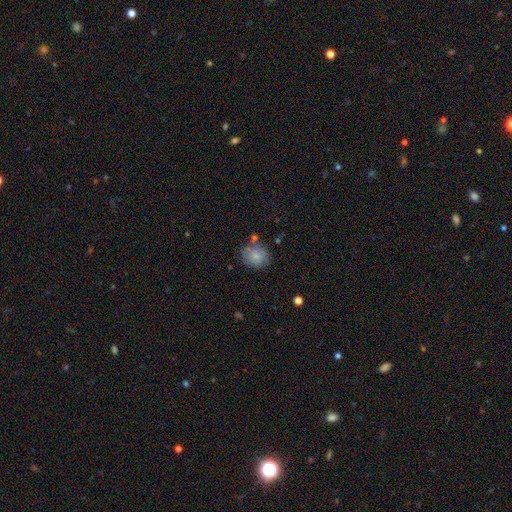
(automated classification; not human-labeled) smooth_or_featured: smooth (p=0.83) [alt: featured or disk p=0.09]
how_rounded: round (p=0.66) [alt: in between p=0.33]
merging: none (p=0.70) [alt: minor disturbance p=0.17]